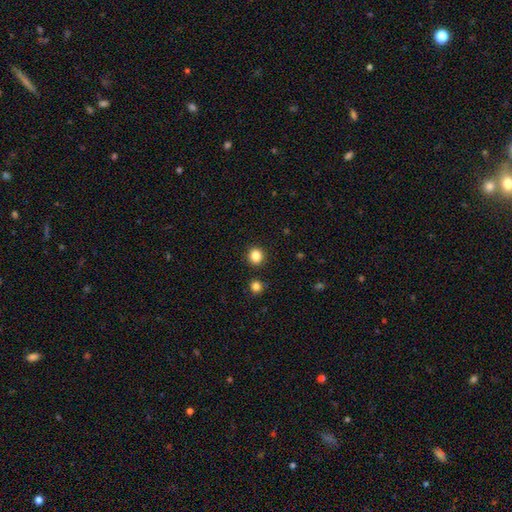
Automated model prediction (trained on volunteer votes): smooth-or-featured: smooth: 85% | star or artifact: 11% | featured or disk: 4%
  how-rounded: round: 86% | in between: 13% | cigar-shaped: 1%
  merging: none: 90% | minor disturbance: 5% | merger: 2% | major disturbance: 2%